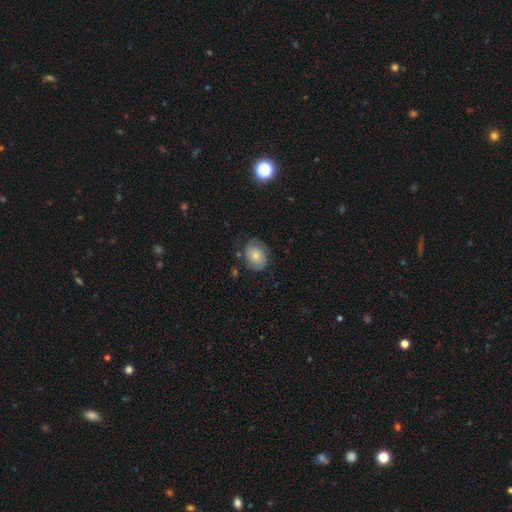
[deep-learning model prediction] Smooth or featured?
  - smooth: 48% *
  - featured or disk: 43%
  - star or artifact: 8%
Merging?
  - none: 71% *
  - minor disturbance: 19%
  - major disturbance: 8%
  - merger: 2%